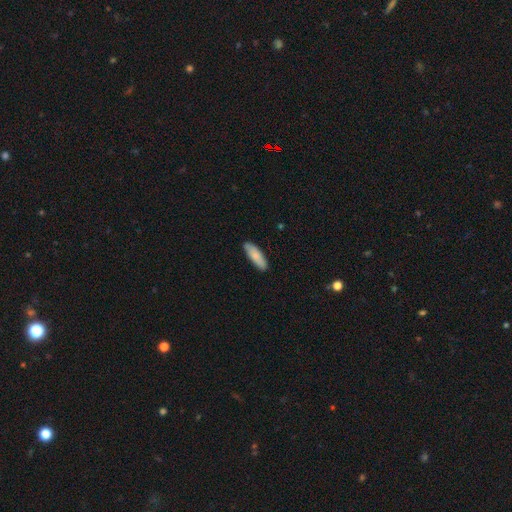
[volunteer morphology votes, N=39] A smooth galaxy with no disk features (79%) that is cigar-shaped (65%). Merging: none (95%).